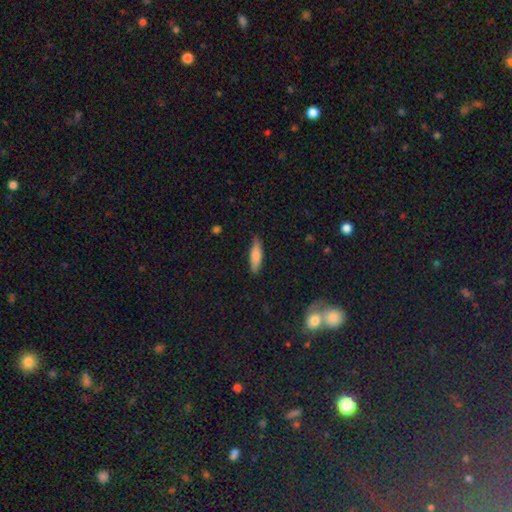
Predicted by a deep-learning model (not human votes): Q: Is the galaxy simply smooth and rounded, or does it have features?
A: smooth — 79%.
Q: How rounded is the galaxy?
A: cigar-shaped — 59%.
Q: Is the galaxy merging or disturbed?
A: none — 83%.